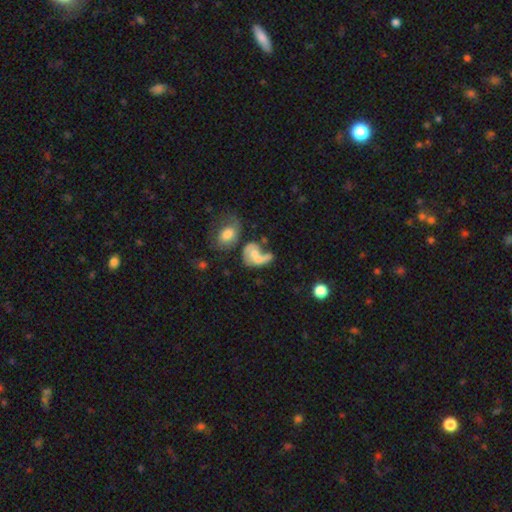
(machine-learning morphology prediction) The model was most divided on "bulge size": small: 39%, moderate: 33%, none: 21%, large: 6%, dominant: 2%. Remaining: edge-on disk — no (97%); bar — no (72%); spiral arms — yes (64%); smooth or featured — featured or disk (55%); merging — merger (46%).